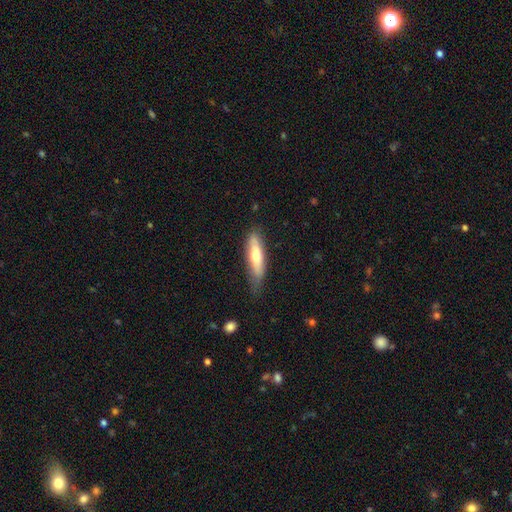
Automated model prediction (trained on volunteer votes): Smooth or featured: smooth — 60% (featured or disk — 34%)
How rounded: cigar-shaped — 71% (in between — 28%)
Merging: none — 70% (minor disturbance — 23%)